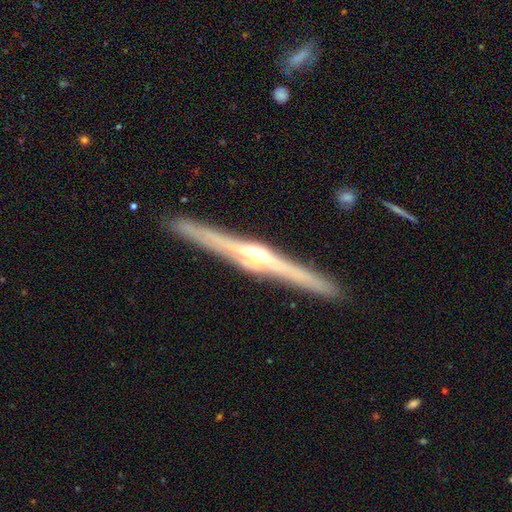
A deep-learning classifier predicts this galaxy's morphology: A featured or disk galaxy (82%) viewed edge-on (98%) with a rounded central bulge (85%).

Vote fractions:
- Smooth or featured? featured or disk: 82% / smooth: 13% / star or artifact: 5%
- Edge-on disk? yes: 98% / no: 2%
- Edge-on bulge? rounded: 85% / boxy: 9% / none: 6%
- Merging? none: 89% / minor disturbance: 8% / major disturbance: 2% / merger: 1%